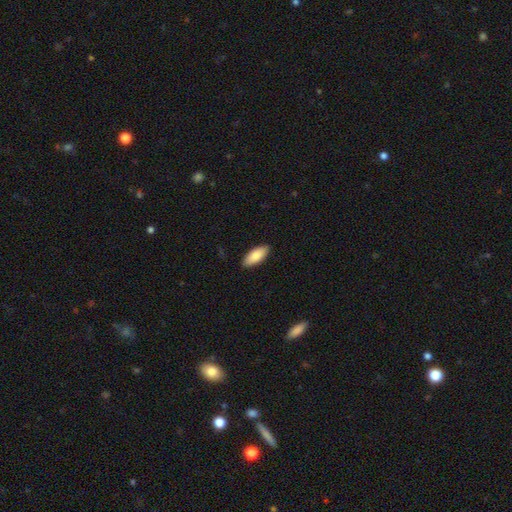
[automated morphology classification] A smooth galaxy with no disk features (84%) that is in between round and cigar-shaped (85%). Merging: none (89%).